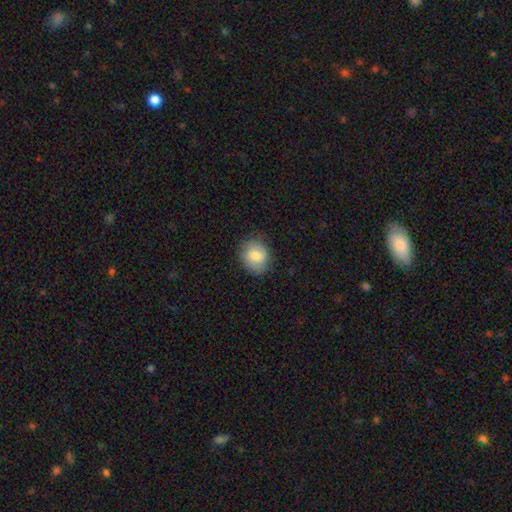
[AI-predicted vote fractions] A smooth galaxy with no disk features (78%) that is round (56%). Merging: none (80%).